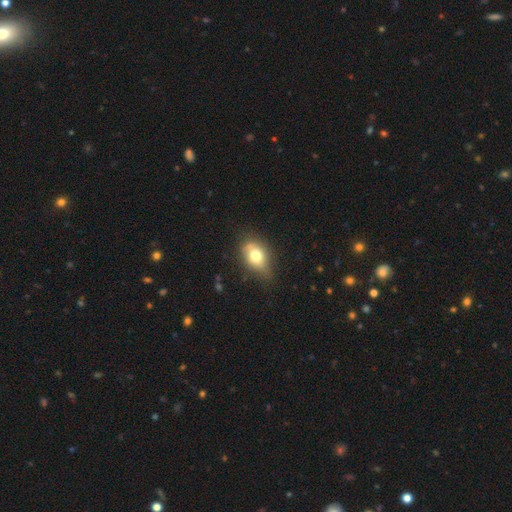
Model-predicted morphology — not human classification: Smooth or featured? Predicted: smooth (p=0.70). How rounded? Predicted: in between (p=0.76). Merging? Predicted: none (p=0.55).